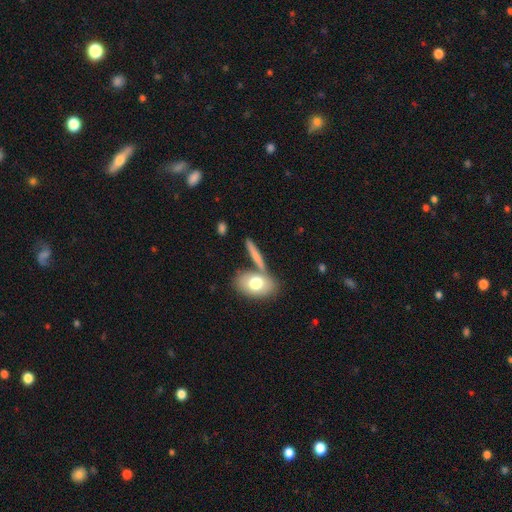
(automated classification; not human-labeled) Smooth or featured: smooth — 67% (featured or disk — 27%)
How rounded: cigar-shaped — 53% (in between — 37%)
Merging: none — 64% (merger — 19%)